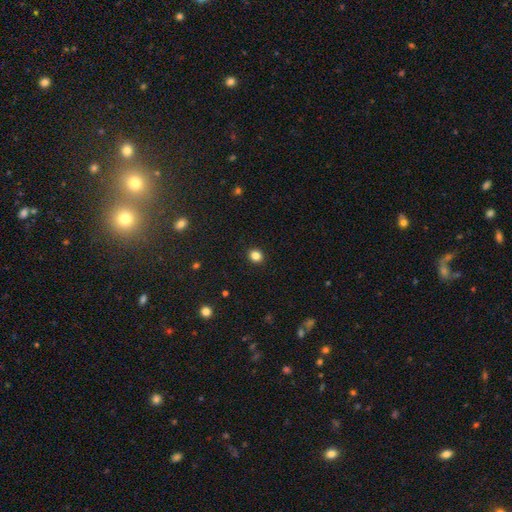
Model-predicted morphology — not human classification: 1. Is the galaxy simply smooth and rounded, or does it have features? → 84% smooth, 12% star or artifact, 4% featured or disk.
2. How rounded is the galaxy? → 74% round, 25% in between, 1% cigar-shaped.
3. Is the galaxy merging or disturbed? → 91% none, 6% minor disturbance, 2% major disturbance, 1% merger.